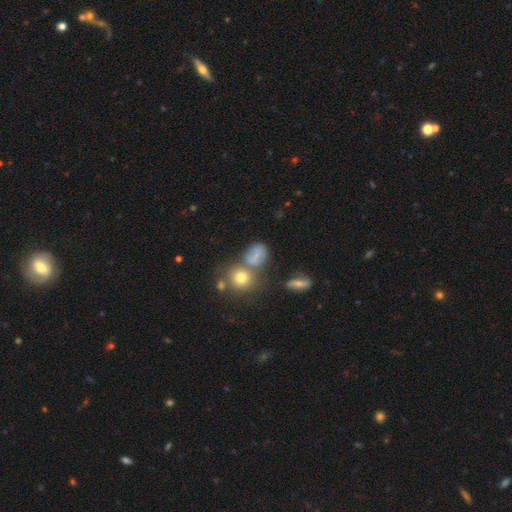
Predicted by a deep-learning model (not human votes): Smooth or featured?
  - smooth: 69% *
  - star or artifact: 16%
  - featured or disk: 15%
How rounded?
  - in between: 53% *
  - round: 45%
  - cigar-shaped: 2%
Merging?
  - none: 46% *
  - merger: 23%
  - minor disturbance: 20%
  - major disturbance: 11%